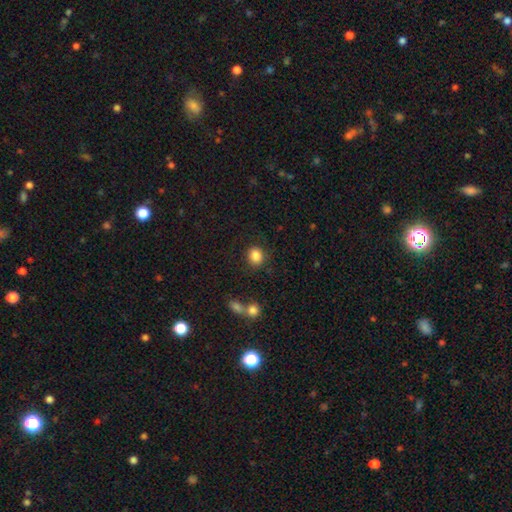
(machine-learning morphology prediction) A smooth galaxy with no disk features (86%) that is round (71%).

Vote fractions:
- Smooth or featured? smooth: 86% / star or artifact: 10% / featured or disk: 5%
- How rounded? round: 71% / in between: 28% / cigar-shaped: 1%
- Merging? none: 83% / minor disturbance: 10% / major disturbance: 4% / merger: 3%